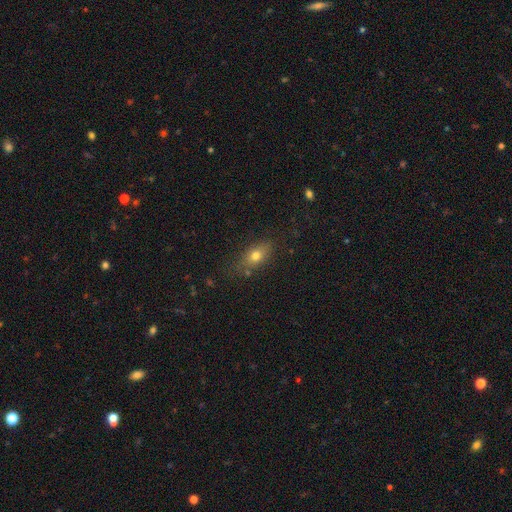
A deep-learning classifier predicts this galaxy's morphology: type=smooth (73%); roundness=in between (77%); merging=none (73%).